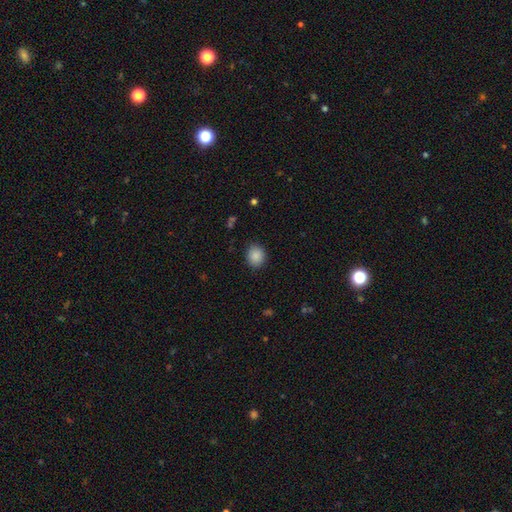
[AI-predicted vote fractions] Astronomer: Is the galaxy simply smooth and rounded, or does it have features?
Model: smooth — 88%.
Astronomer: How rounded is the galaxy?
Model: round — 70%.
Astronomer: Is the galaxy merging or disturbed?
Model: none — 88%.